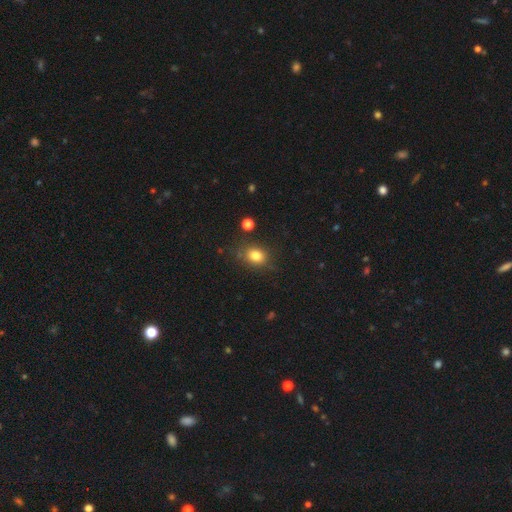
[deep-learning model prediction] Smooth or featured: smooth — 80% (star or artifact — 12%)
How rounded: in between — 52% (round — 47%)
Merging: none — 77% (minor disturbance — 15%)